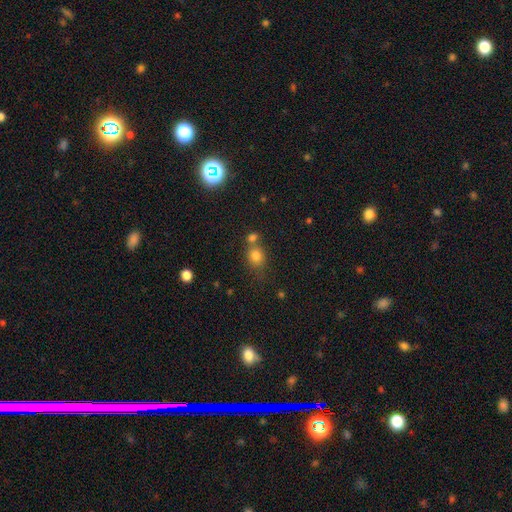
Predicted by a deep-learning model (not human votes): Q: Smooth or featured?
A: smooth (80%); runner-up: star or artifact (13%)
Q: How rounded?
A: round (64%); runner-up: in between (35%)
Q: Merging?
A: none (47%); runner-up: merger (36%)